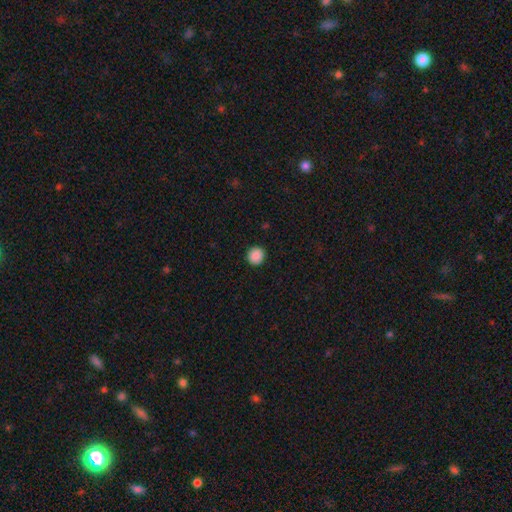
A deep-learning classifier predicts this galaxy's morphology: Smooth or featured?
  - smooth: 89% *
  - star or artifact: 9%
  - featured or disk: 2%
How rounded?
  - round: 92% *
  - in between: 8%
  - cigar-shaped: 1%
Merging?
  - none: 92% *
  - minor disturbance: 5%
  - major disturbance: 2%
  - merger: 1%